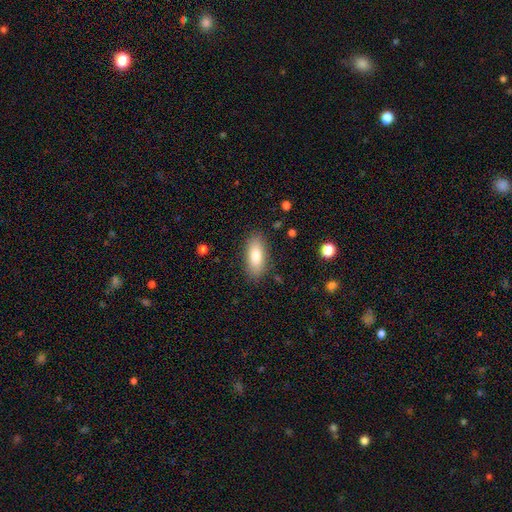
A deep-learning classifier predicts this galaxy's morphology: type=smooth (81%); roundness=in between (82%); merging=none (86%).